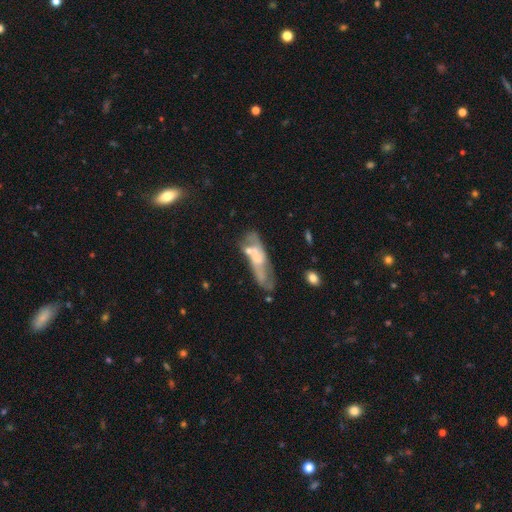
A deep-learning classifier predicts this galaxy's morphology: Smooth or featured? featured or disk (53%)
Edge-on disk? no (78%)
Merging? none (35%)